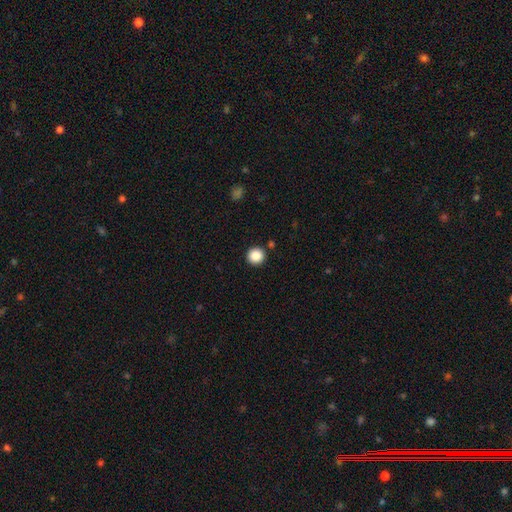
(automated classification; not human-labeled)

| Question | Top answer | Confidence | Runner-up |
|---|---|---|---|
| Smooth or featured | smooth | 88% | star or artifact (9%) |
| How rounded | round | 95% | in between (4%) |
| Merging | none | 91% | minor disturbance (5%) |